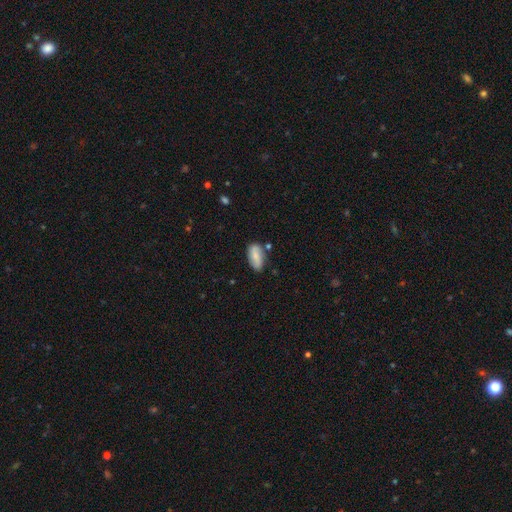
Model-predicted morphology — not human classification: A smooth galaxy with no disk features (68%) that is in between round and cigar-shaped (88%).

Vote fractions:
- Smooth or featured? smooth: 68% / featured or disk: 25% / star or artifact: 7%
- How rounded? in between: 88% / cigar-shaped: 9% / round: 3%
- Merging? none: 73% / minor disturbance: 18% / merger: 5% / major disturbance: 4%